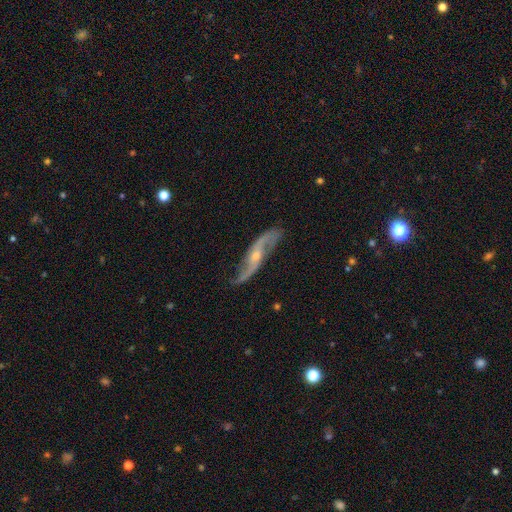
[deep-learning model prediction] This is clearly a featured or disk galaxy (89%). It is clearly not viewed edge-on (86%). Bar: possibly no (56%). Spiral arm pattern: clearly yes (96%). Spiral arm count: clearly 2 (93%). Spiral winding: likely loose (79%). Central bulge: possibly small (58%). Merging: likely none (75%).